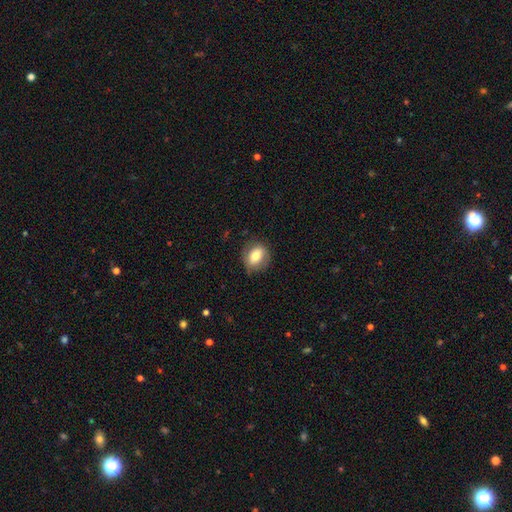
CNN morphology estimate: smooth-or-featured: smooth: 71% | featured or disk: 21% | star or artifact: 8%
  how-rounded: in between: 51% | round: 48% | cigar-shaped: 1%
  merging: none: 79% | minor disturbance: 16% | major disturbance: 4% | merger: 1%